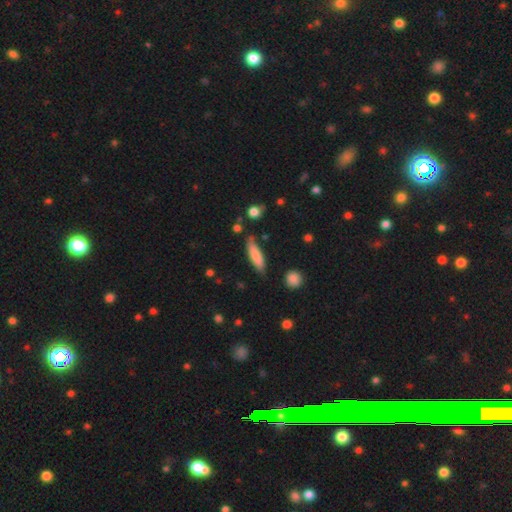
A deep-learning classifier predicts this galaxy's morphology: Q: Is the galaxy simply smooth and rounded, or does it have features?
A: smooth — 76%.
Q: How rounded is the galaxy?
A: cigar-shaped — 66%.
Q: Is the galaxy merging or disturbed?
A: none — 72%.